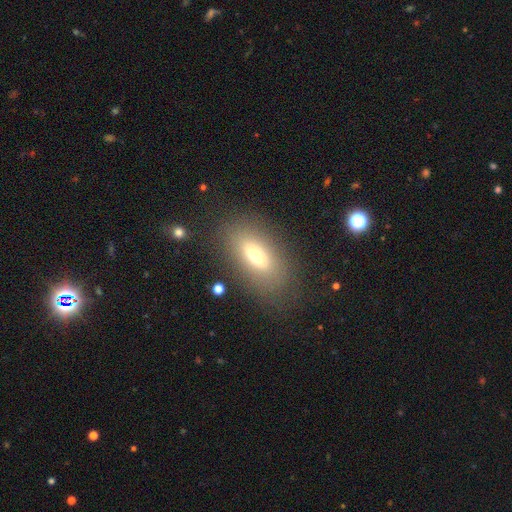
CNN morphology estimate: Overall: smooth (58%; featured or disk 30%). How rounded: in between (79%). Merging: none (80%).